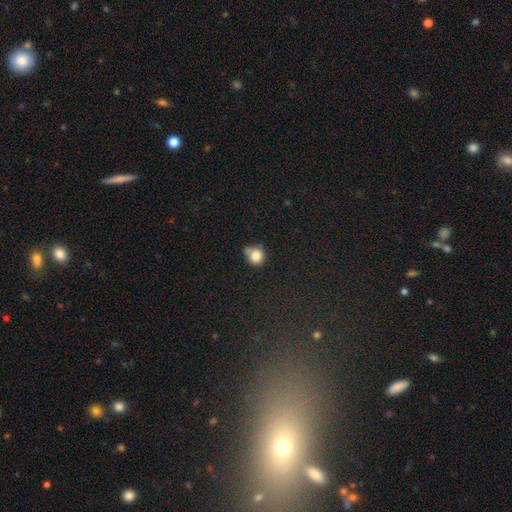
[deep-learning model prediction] Morphology: type=smooth (82%); roundness=round (86%); merging=none (51%).